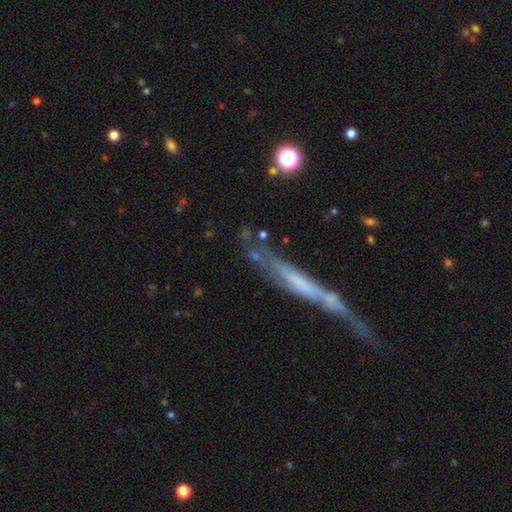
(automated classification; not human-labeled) smooth_or_featured: featured or disk (p=0.47) [alt: smooth p=0.40]
merging: none (p=0.57) [alt: minor disturbance p=0.17]